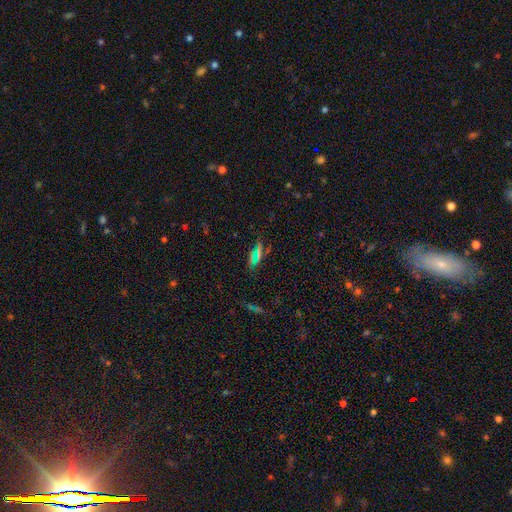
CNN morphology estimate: This is possibly a smooth galaxy (46%). Merging: likely none (62%).